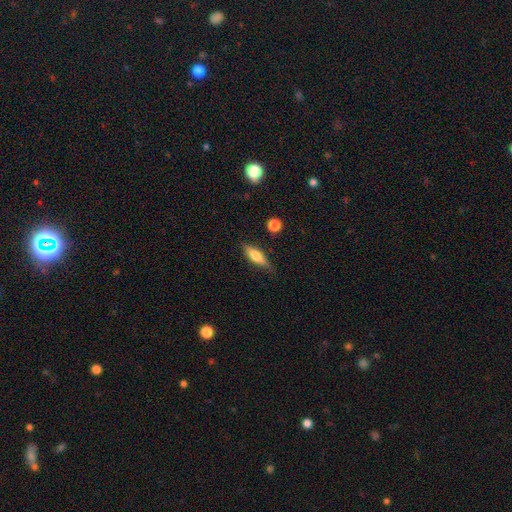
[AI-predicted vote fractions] This is possibly a smooth galaxy (55%). How rounded: possibly cigar-shaped (50%). Merging: likely none (76%).